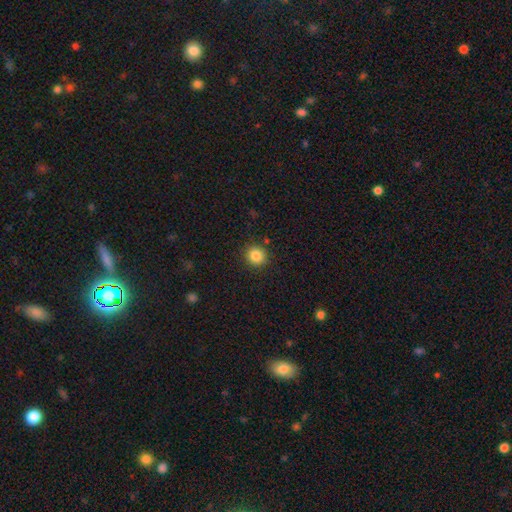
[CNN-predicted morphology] A smooth galaxy with no disk features (85%) that is round (91%).

Vote fractions:
- Smooth or featured? smooth: 85% / star or artifact: 11% / featured or disk: 5%
- How rounded? round: 91% / in between: 8% / cigar-shaped: 1%
- Merging? none: 90% / minor disturbance: 6% / major disturbance: 2% / merger: 2%